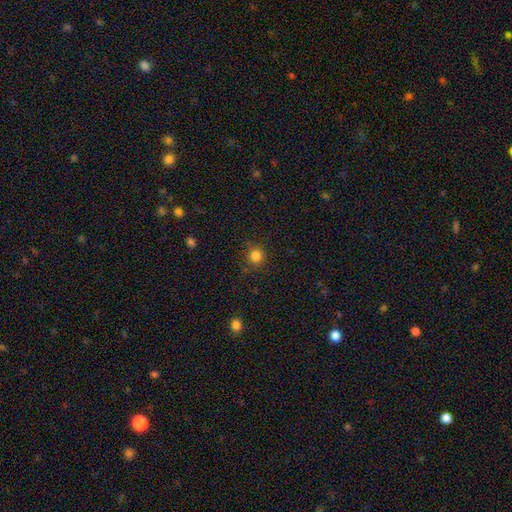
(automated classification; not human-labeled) The model was most divided on "smooth or featured": smooth: 83%, star or artifact: 13%, featured or disk: 4%. More confident: how rounded — round (92%); merging — none (84%).